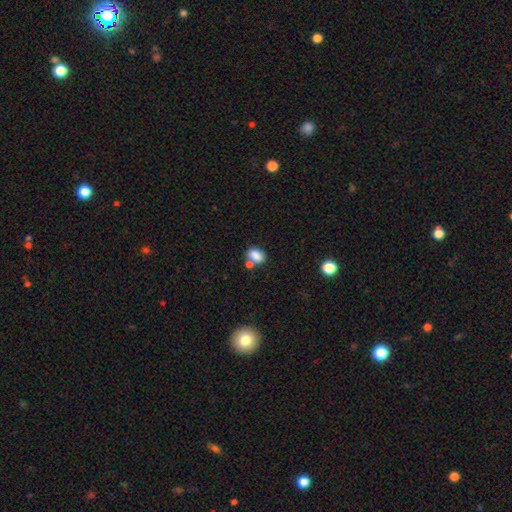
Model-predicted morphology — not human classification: Q: Smooth or featured?
A: smooth (83%); runner-up: star or artifact (10%)
Q: How rounded?
A: in between (79%); runner-up: round (20%)
Q: Merging?
A: none (51%); runner-up: merger (32%)